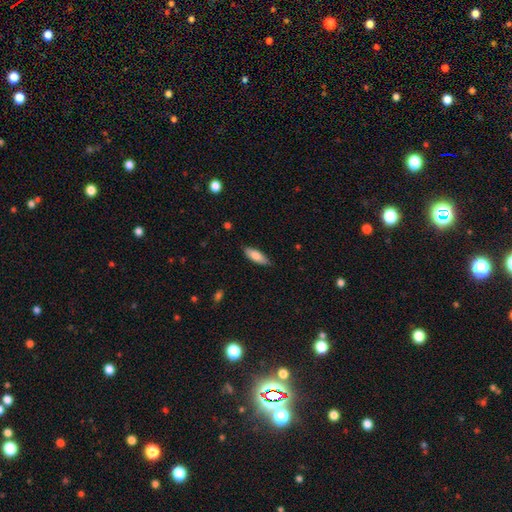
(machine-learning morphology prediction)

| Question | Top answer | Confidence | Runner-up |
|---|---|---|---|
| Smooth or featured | smooth | 80% | featured or disk (14%) |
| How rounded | in between | 63% | cigar-shaped (36%) |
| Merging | none | 83% | minor disturbance (14%) |